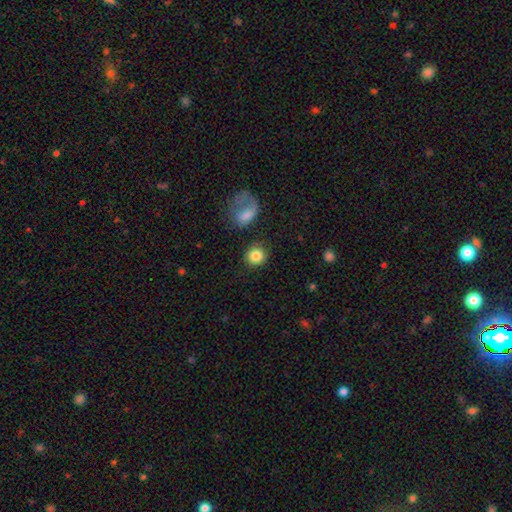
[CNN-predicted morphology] Overall: smooth (85%). How rounded: round (87%). Merging: none (80%).